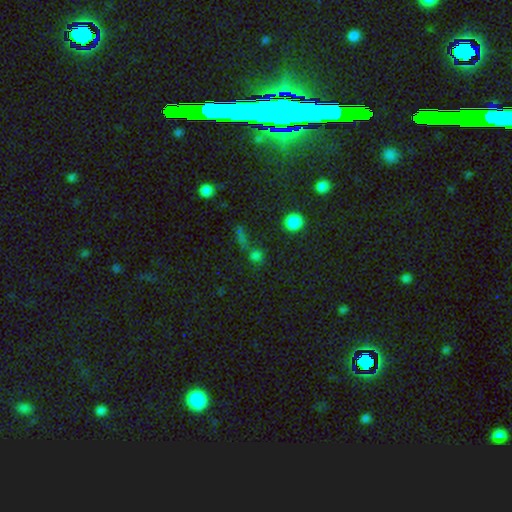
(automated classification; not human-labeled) The model was most divided on "smooth or featured": smooth: 59%, star or artifact: 33%, featured or disk: 8%. More confident: how rounded — round (82%); merging — none (61%).